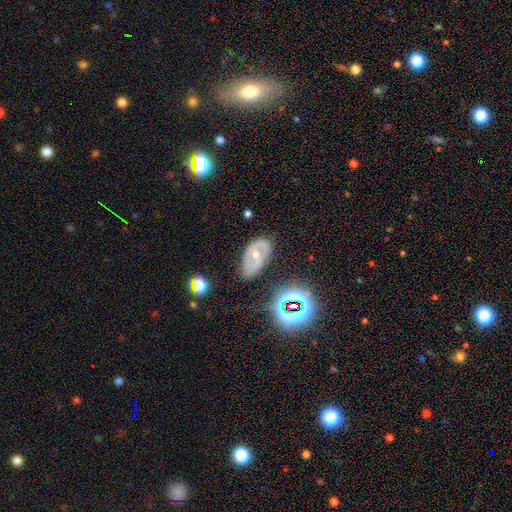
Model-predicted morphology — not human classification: Overall: featured or disk (62%; smooth 24%). Edge-on disk: no (92%). Bar: no (63%; weak 25%). Spiral arms: yes (52%; no 48%). Bulge size: moderate (54%; small 42%). Merging: none (65%).